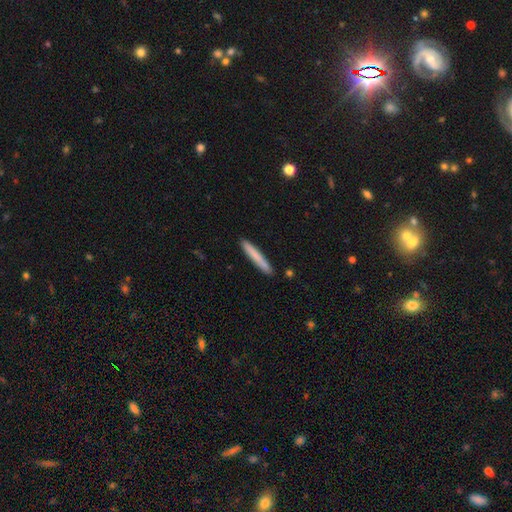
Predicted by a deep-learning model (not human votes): smooth_or_featured: smooth (p=0.77) [alt: featured or disk p=0.18]
how_rounded: cigar-shaped (p=0.96) [alt: in between p=0.03]
merging: none (p=0.90) [alt: minor disturbance p=0.07]